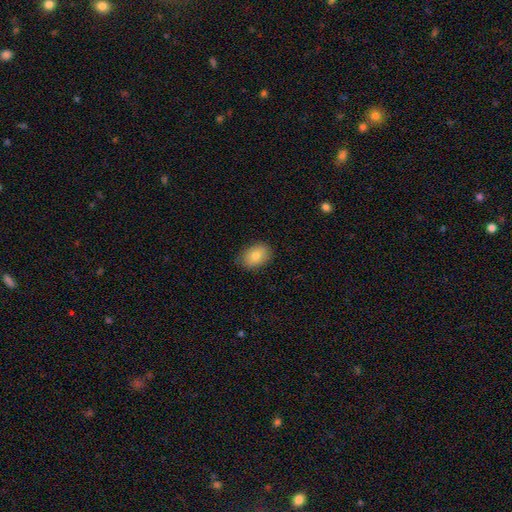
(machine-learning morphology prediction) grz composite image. It shows a smooth galaxy with no disk features (80%) that is in between round and cigar-shaped (82%). Merging: none (82%).